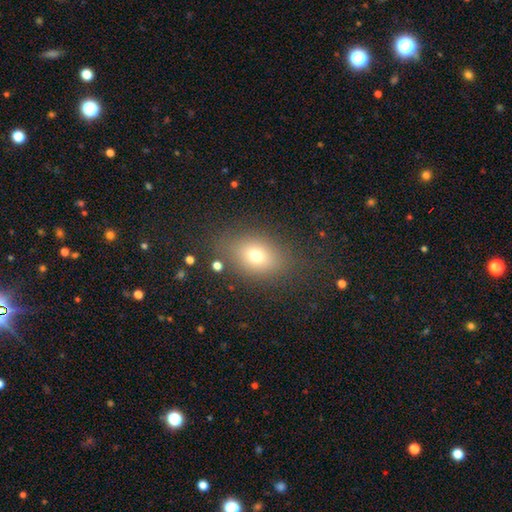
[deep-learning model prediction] A smooth galaxy with no disk features (71%) that is in between round and cigar-shaped (67%).

Vote fractions:
- Smooth or featured? smooth: 71% / star or artifact: 15% / featured or disk: 14%
- How rounded? in between: 67% / round: 31% / cigar-shaped: 2%
- Merging? none: 78% / minor disturbance: 13% / major disturbance: 7% / merger: 2%